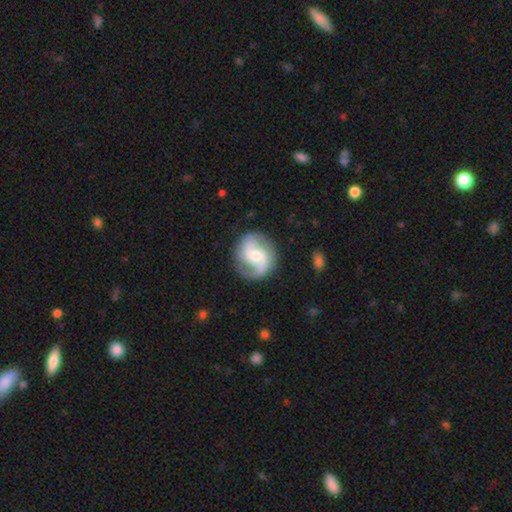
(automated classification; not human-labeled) Smooth or featured? featured or disk (81%)
Edge-on disk? no (98%)
Bar? weak (47%)
Spiral arms? yes (95%)
Spiral winding? medium (49%)
Spiral arm count? 2 (85%)
Bulge size? moderate (53%)
Merging? none (79%)